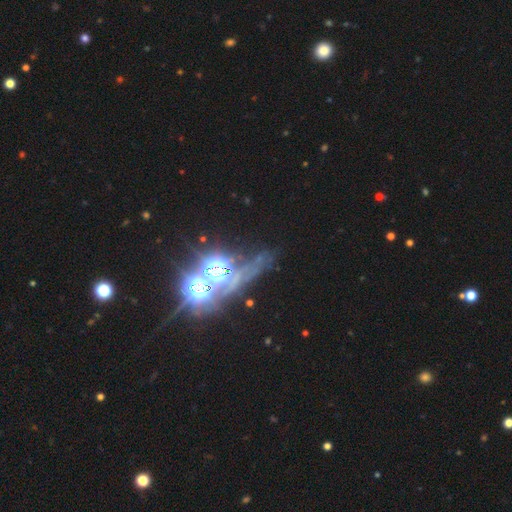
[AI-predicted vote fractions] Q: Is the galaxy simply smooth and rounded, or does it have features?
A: star or artifact — 66%.